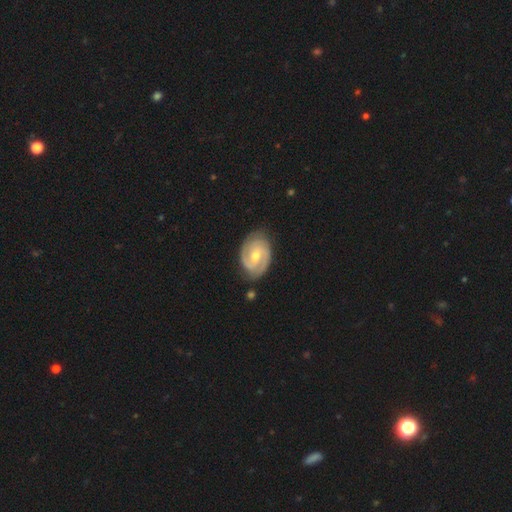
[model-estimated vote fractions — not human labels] Overall: featured or disk (84%). Edge-on disk: no (97%). Bar: weak (46%; no 39%). Spiral arms: yes (95%). Spiral arm count: 2 (82%). Spiral winding: tight (55%; medium 36%). Bulge size: moderate (61%; small 36%). Merging: none (77%).